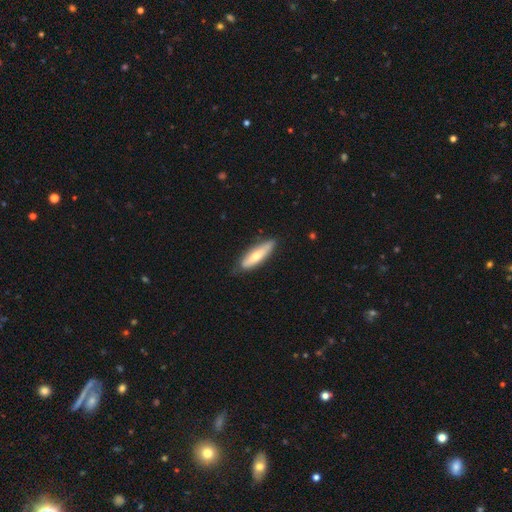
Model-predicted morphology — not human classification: Overall: smooth (57%; featured or disk 37%). How rounded: cigar-shaped (58%; in between 40%). Merging: none (79%).